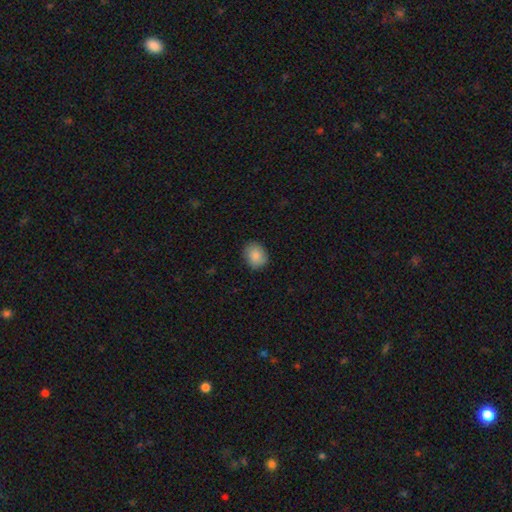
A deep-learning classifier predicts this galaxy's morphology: smooth-or-featured: smooth: 85% | star or artifact: 8% | featured or disk: 7%
  how-rounded: round: 59% | in between: 40% | cigar-shaped: 1%
  merging: none: 86% | minor disturbance: 11% | major disturbance: 2% | merger: 1%